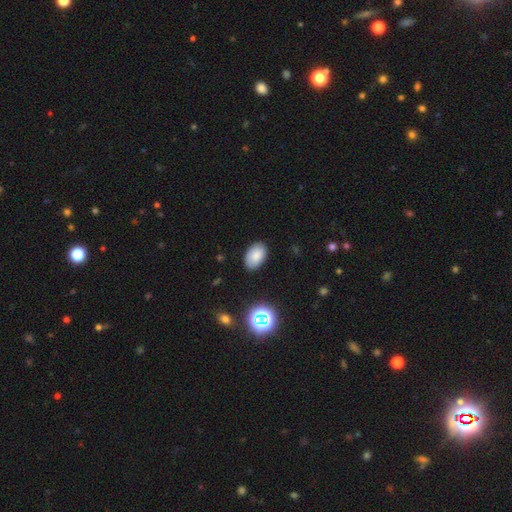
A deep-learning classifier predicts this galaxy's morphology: Smooth or featured? smooth (83%)
How rounded? in between (91%)
Merging? none (84%)